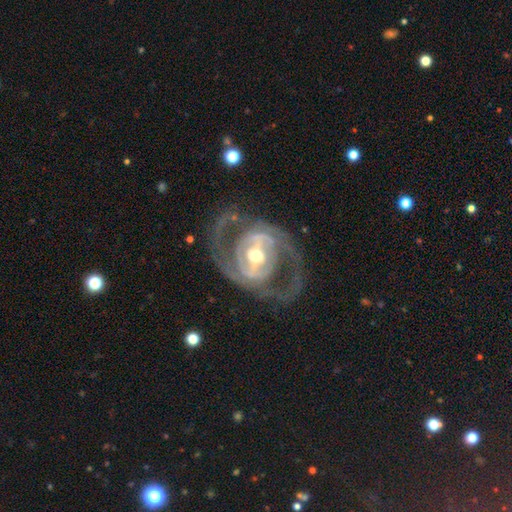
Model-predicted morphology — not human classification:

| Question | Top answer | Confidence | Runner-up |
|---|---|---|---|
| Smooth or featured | featured or disk | 89% | smooth (7%) |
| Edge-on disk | no | 96% | yes (4%) |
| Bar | strong | 46% | weak (34%) |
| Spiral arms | yes | 88% | no (12%) |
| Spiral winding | medium | 50% | tight (32%) |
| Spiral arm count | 2 | 83% | can't tell (7%) |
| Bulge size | moderate | 69% | large (16%) |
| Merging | none | 72% | minor disturbance (14%) |